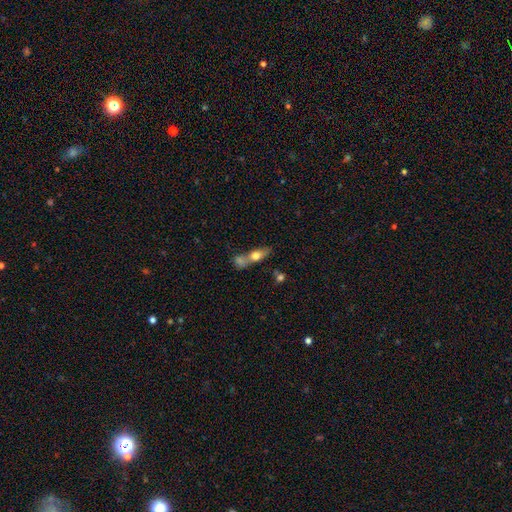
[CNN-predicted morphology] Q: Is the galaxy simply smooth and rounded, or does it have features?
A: smooth — 62%.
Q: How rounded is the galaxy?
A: in between — 56%.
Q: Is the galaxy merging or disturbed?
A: merger — 54%.